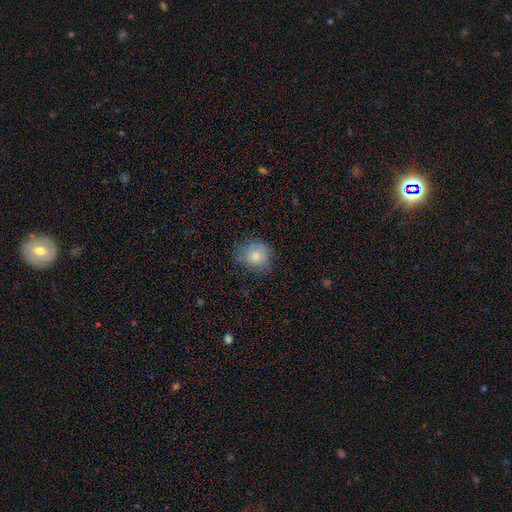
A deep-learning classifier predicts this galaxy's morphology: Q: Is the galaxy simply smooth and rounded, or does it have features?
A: smooth — 81%.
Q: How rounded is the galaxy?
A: round — 80%.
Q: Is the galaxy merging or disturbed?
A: none — 74%.